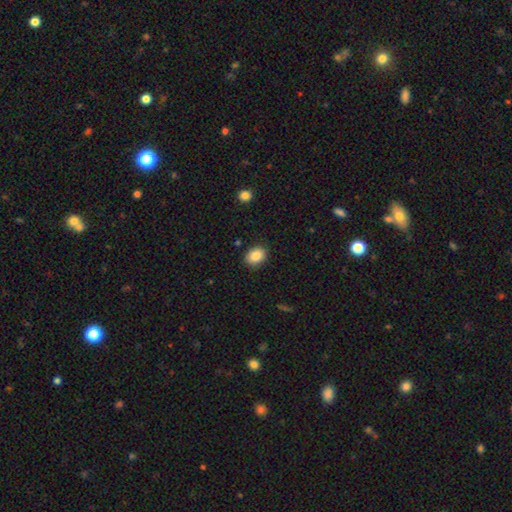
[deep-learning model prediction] A smooth galaxy with no disk features (88%) that is in between round and cigar-shaped (66%). Merging: none (88%).